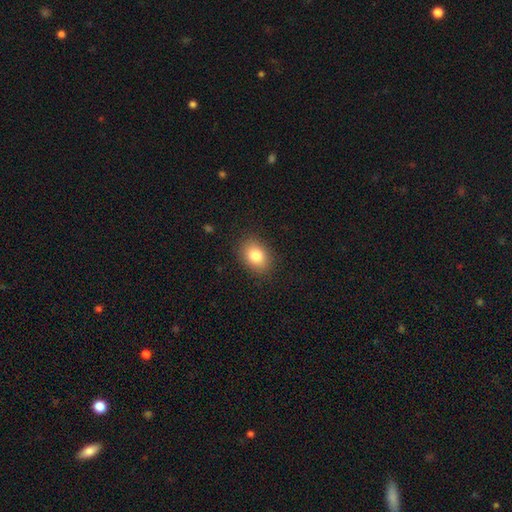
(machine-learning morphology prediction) Overall: smooth (82%). How rounded: in between (66%; round 33%). Merging: none (87%).